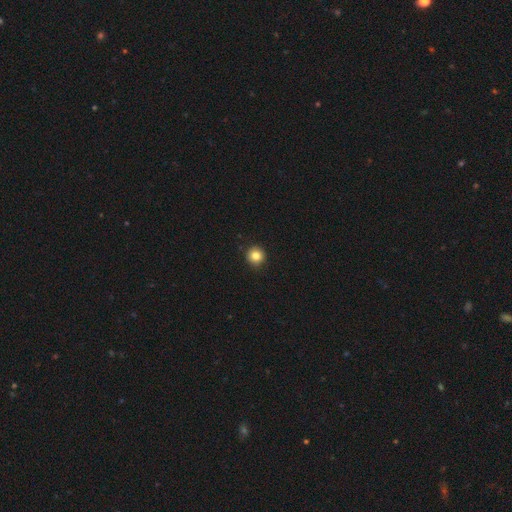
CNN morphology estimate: Smooth or featured? Predicted: smooth (p=0.83). How rounded? Predicted: round (p=0.94). Merging? Predicted: none (p=0.92).